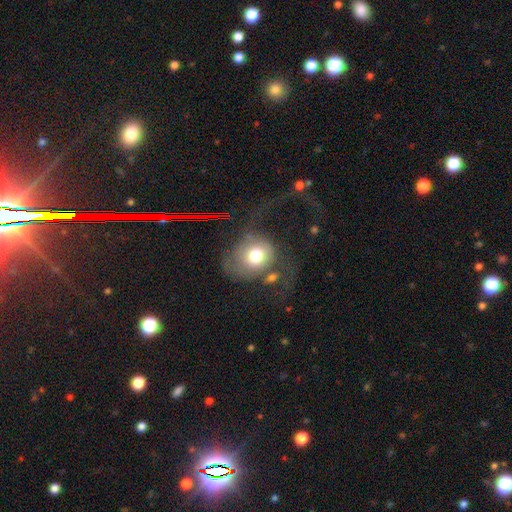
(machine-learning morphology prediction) Smooth or featured? smooth (66%)
How rounded? round (72%)
Merging? major disturbance (45%)